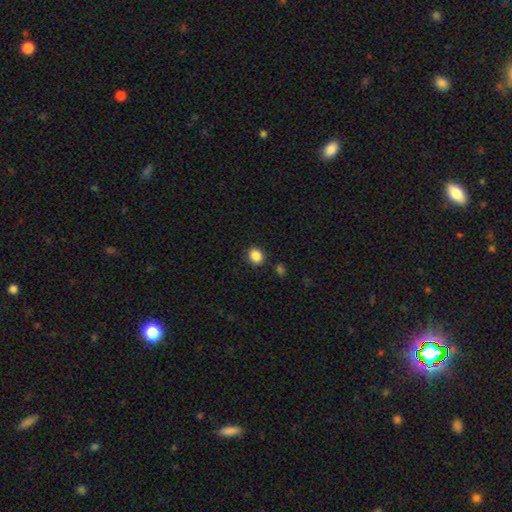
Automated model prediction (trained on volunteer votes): A smooth galaxy with no disk features (87%) that is round (67%). Merging: none (87%).